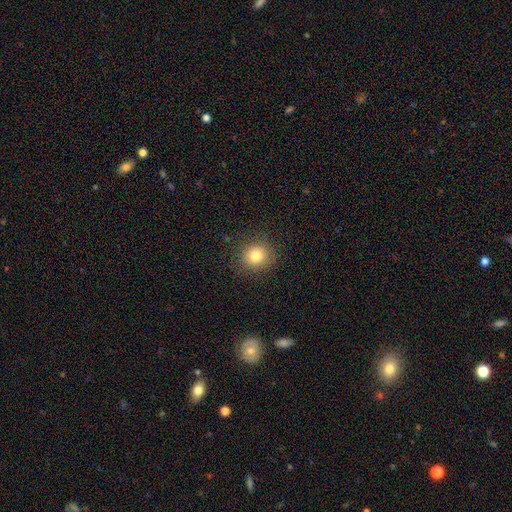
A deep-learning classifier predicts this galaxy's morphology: This is clearly a smooth galaxy (80%). How rounded: clearly round (87%). Merging: clearly none (89%).